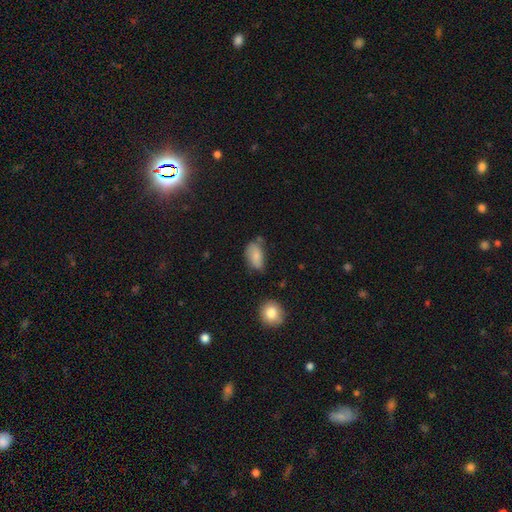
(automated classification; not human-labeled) A smooth galaxy with no disk features (74%) that is in between round and cigar-shaped (91%).

Vote fractions:
- Smooth or featured? smooth: 74% / featured or disk: 18% / star or artifact: 8%
- How rounded? in between: 91% / round: 6% / cigar-shaped: 3%
- Merging? none: 46% / minor disturbance: 37% / major disturbance: 11% / merger: 6%